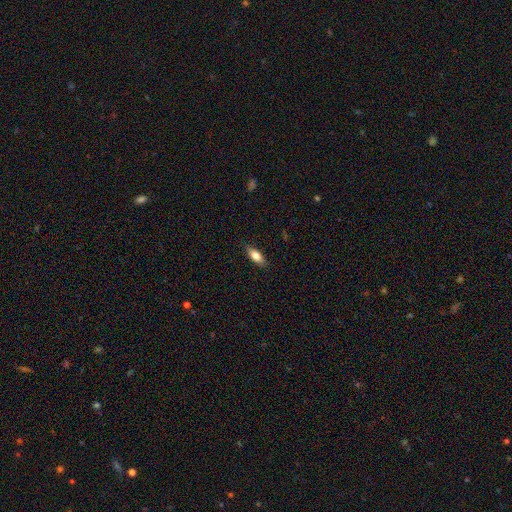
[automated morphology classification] Smooth or featured? Predicted: smooth (p=0.74). How rounded? Predicted: in between (p=0.72). Merging? Predicted: none (p=0.85).